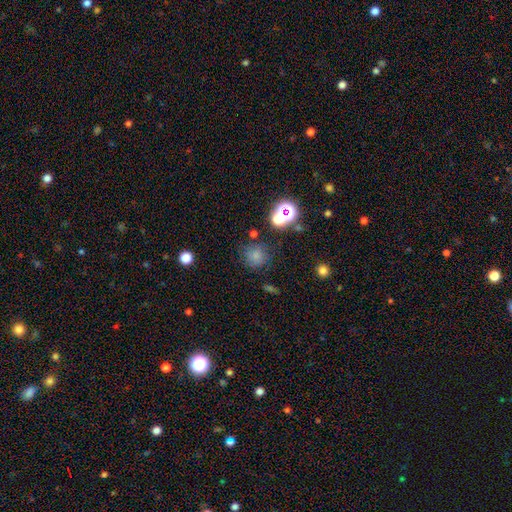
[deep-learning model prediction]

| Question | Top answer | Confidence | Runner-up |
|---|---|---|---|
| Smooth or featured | smooth | 70% | star or artifact (22%) |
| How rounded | round | 89% | in between (10%) |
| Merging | none | 73% | minor disturbance (14%) |